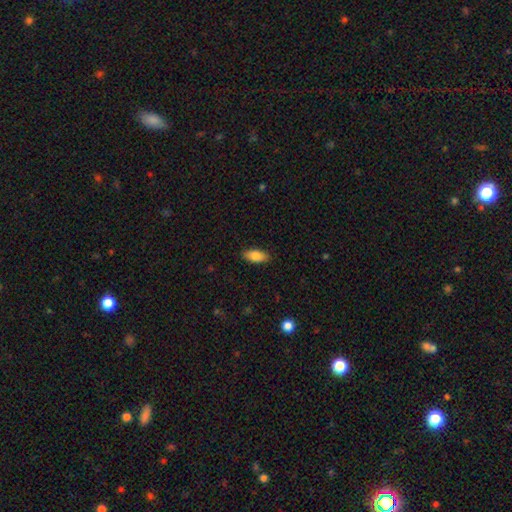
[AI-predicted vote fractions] This appears to be a smooth galaxy with no disk features (84%) that is in between round and cigar-shaped (88%). Merging: none (88%).